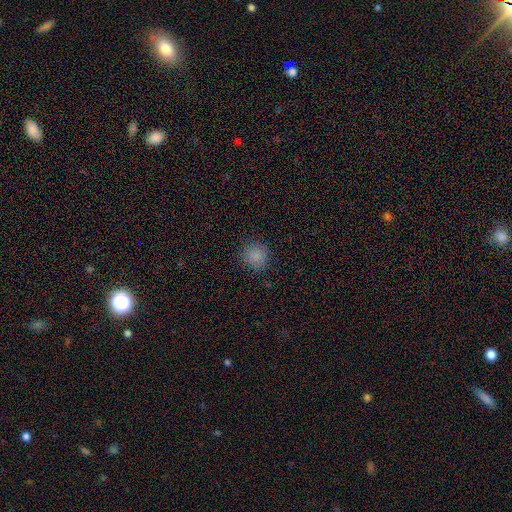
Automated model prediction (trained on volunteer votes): smooth 83%, star or artifact 14%, featured or disk 4%. Down the decision tree: how rounded — round (91%); merging — none (87%).